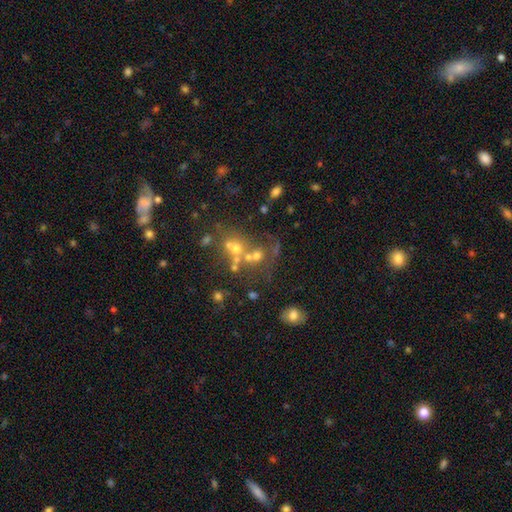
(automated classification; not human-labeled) This appears to be a smooth galaxy with no disk features (46%). Merging: none (40%).